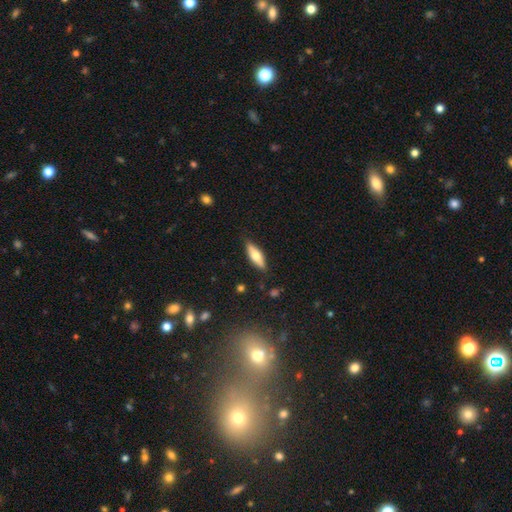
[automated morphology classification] Smooth or featured?
  - smooth: 62% *
  - featured or disk: 32%
  - star or artifact: 6%
How rounded?
  - in between: 54% *
  - cigar-shaped: 44%
  - round: 2%
Merging?
  - none: 85% *
  - minor disturbance: 11%
  - major disturbance: 2%
  - merger: 1%